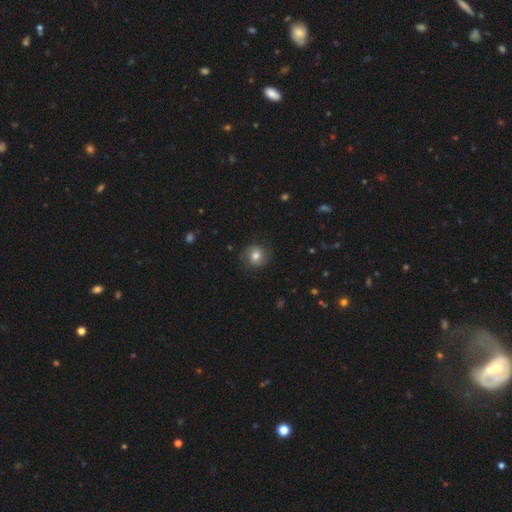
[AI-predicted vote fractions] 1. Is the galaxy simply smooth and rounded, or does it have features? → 49% smooth, 40% featured or disk, 11% star or artifact.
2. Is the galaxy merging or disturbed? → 81% none, 13% minor disturbance, 5% major disturbance, 1% merger.